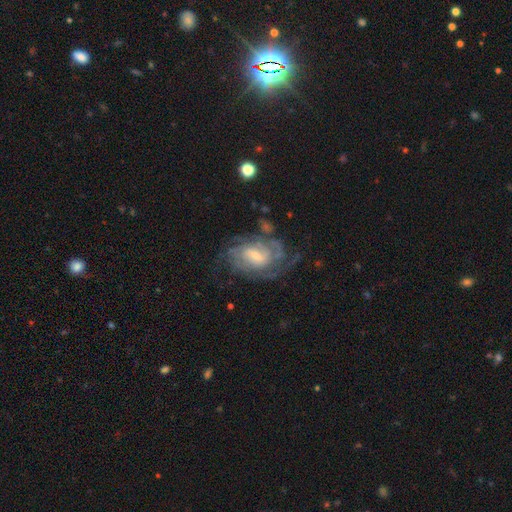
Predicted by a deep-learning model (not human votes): This is clearly a featured or disk galaxy (82%). It is clearly not viewed edge-on (97%). Bar: possibly weak (50%). Spiral arm pattern: clearly yes (92%). Spiral arm count: marginally can't tell (45%). Spiral winding: possibly tight (54%). Central bulge: possibly small (51%). Merging: possibly none (59%).